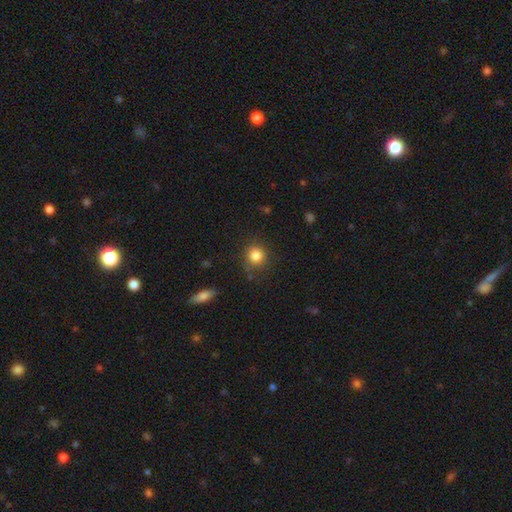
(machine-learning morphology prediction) This appears to be a smooth galaxy with no disk features (84%) that is round (88%). Merging: none (81%).